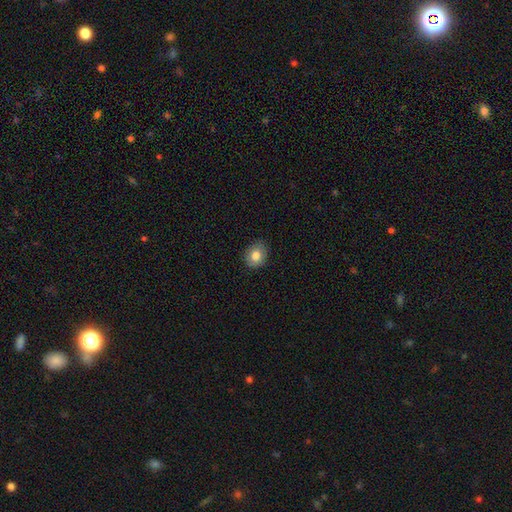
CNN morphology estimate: Smooth or featured? Predicted: smooth (p=0.79). How rounded? Predicted: round (p=0.54). Merging? Predicted: none (p=0.82).